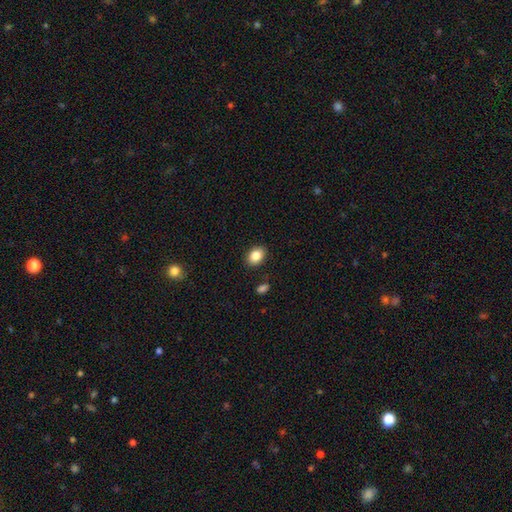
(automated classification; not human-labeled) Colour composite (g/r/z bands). It shows a smooth galaxy with no disk features (86%) that is in between round and cigar-shaped (77%). Merging: none (87%).